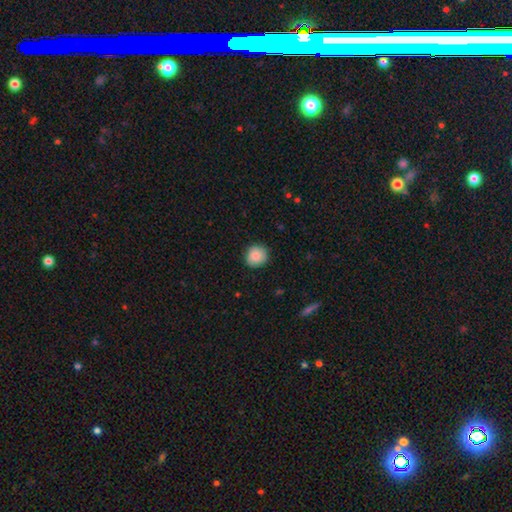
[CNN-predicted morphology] smooth-or-featured: smooth: 85% | star or artifact: 7% | featured or disk: 7%
  how-rounded: round: 91% | in between: 8% | cigar-shaped: 1%
  merging: none: 88% | minor disturbance: 10% | major disturbance: 2% | merger: 1%